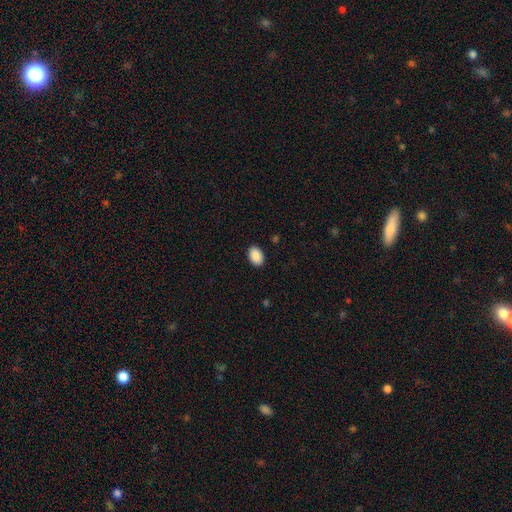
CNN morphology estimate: Smooth or featured: smooth — 91% (star or artifact — 7%)
How rounded: in between — 86% (round — 13%)
Merging: none — 90% (minor disturbance — 7%)